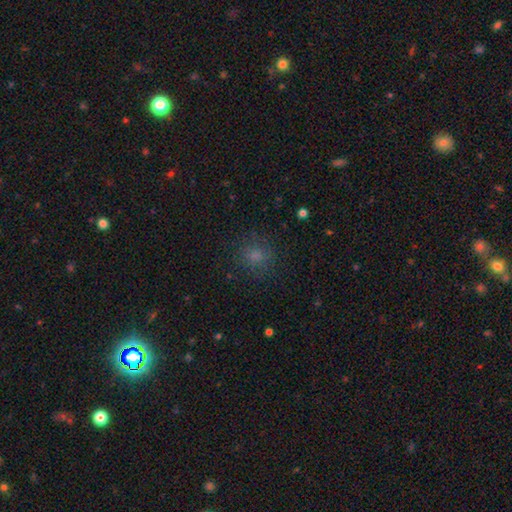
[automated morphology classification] Smooth or featured? Predicted: smooth (p=0.75). How rounded? Predicted: round (p=0.84). Merging? Predicted: none (p=0.82).